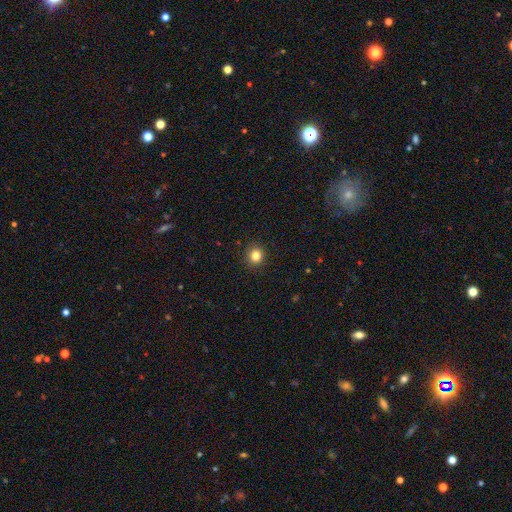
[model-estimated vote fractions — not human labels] smooth-or-featured: smooth: 83% | star or artifact: 12% | featured or disk: 5%
  how-rounded: round: 89% | in between: 10% | cigar-shaped: 1%
  merging: none: 92% | minor disturbance: 5% | major disturbance: 2% | merger: 1%